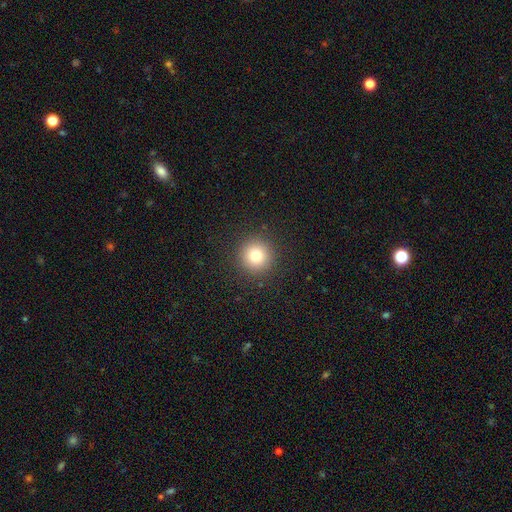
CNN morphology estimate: smooth_or_featured: smooth (p=0.78) [alt: star or artifact p=0.14]
how_rounded: round (p=0.96) [alt: in between p=0.03]
merging: none (p=0.91) [alt: minor disturbance p=0.05]